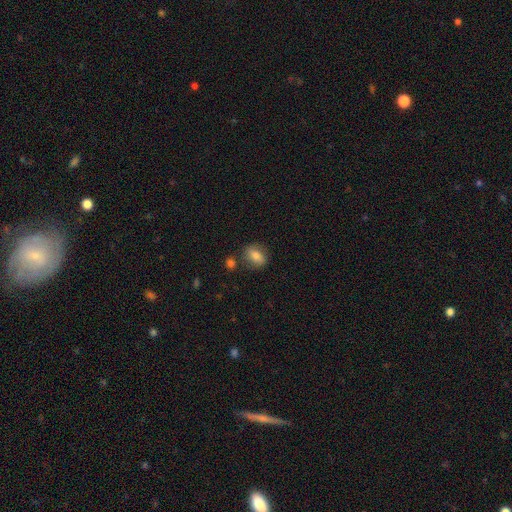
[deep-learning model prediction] Smooth or featured: smooth — 76% (featured or disk — 15%)
How rounded: in between — 72% (round — 25%)
Merging: none — 75% (minor disturbance — 14%)